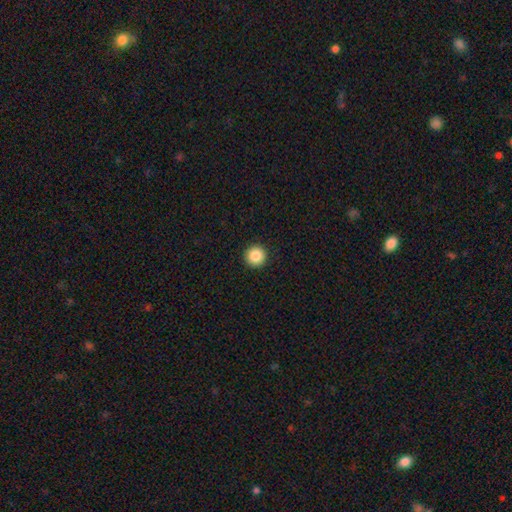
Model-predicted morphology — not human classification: Smooth or featured? Predicted: smooth (p=0.86). How rounded? Predicted: round (p=0.96). Merging? Predicted: none (p=0.94).